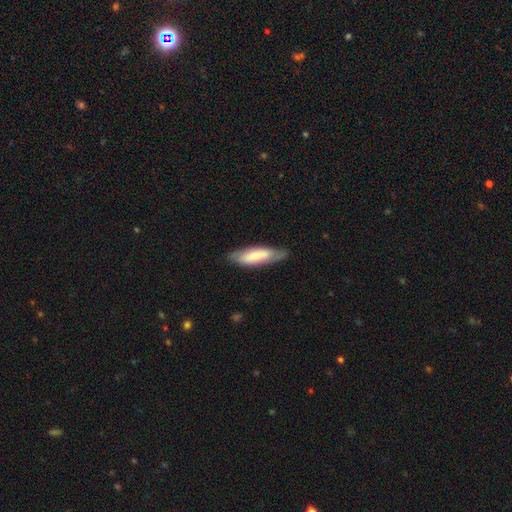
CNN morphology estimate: This appears to be a smooth galaxy with no disk features (60%) that is cigar-shaped (53%). Merging: none (72%).